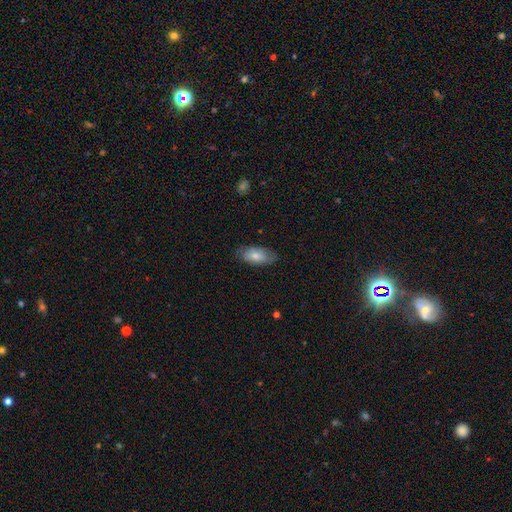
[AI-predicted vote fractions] Q: Smooth or featured?
A: smooth (73%); runner-up: featured or disk (21%)
Q: How rounded?
A: in between (91%); runner-up: cigar-shaped (6%)
Q: Merging?
A: none (79%); runner-up: minor disturbance (17%)